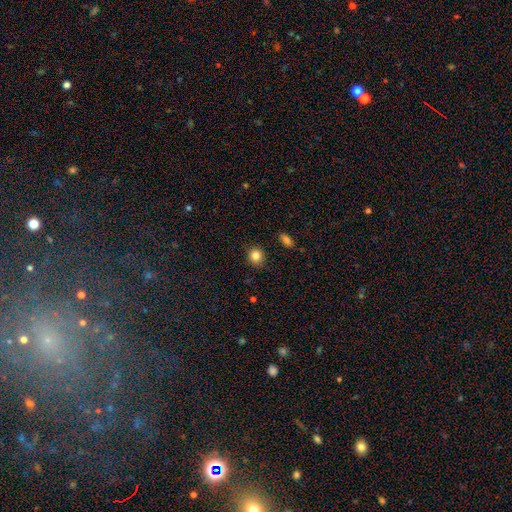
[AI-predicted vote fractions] Smooth or featured: smooth — 84% (star or artifact — 10%)
How rounded: round — 83% (in between — 16%)
Merging: none — 89% (minor disturbance — 8%)